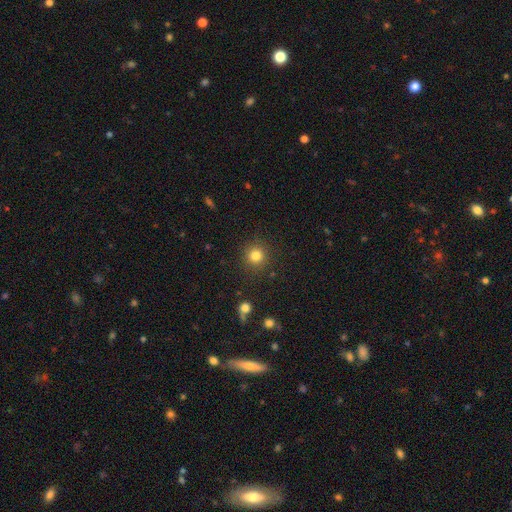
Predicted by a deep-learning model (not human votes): Overall: smooth (82%). How rounded: round (94%). Merging: none (89%).